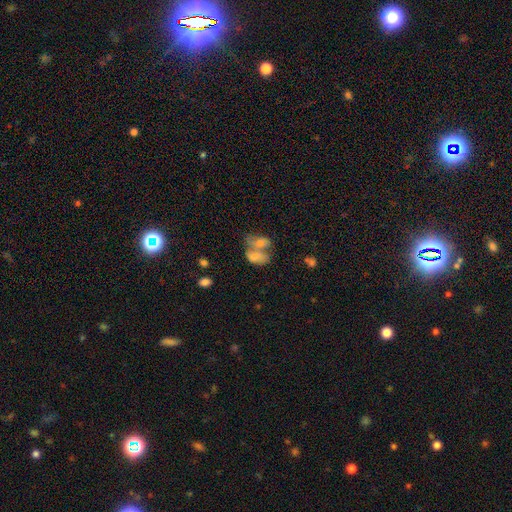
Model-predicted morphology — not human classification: Q: Smooth or featured?
A: smooth (70%); runner-up: featured or disk (20%)
Q: How rounded?
A: in between (87%); runner-up: round (11%)
Q: Merging?
A: merger (67%); runner-up: none (17%)